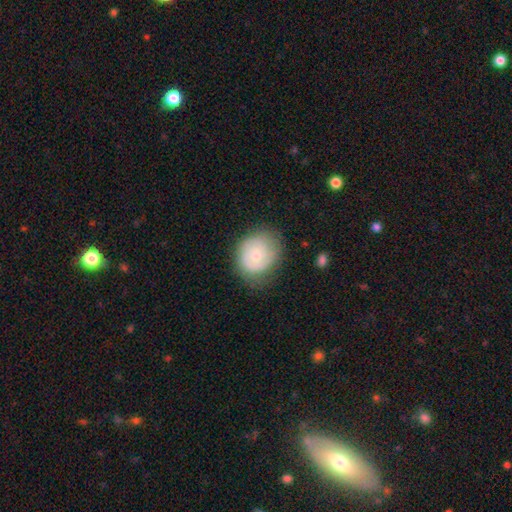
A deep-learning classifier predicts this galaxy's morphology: Smooth or featured? featured or disk (47%)
Merging? none (68%)